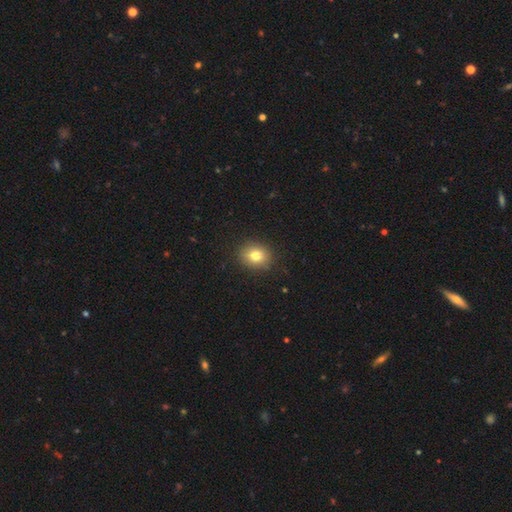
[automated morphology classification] Smooth or featured? smooth (80%)
How rounded? round (66%)
Merging? none (89%)